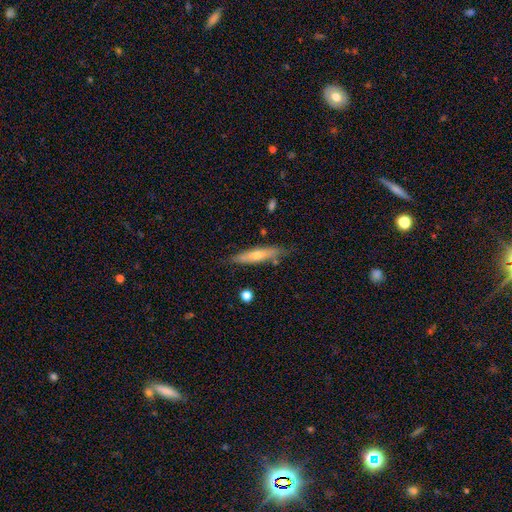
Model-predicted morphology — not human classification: Q: Smooth or featured?
A: featured or disk (47%); tied with: smooth (47%)
Q: Merging?
A: none (80%); runner-up: minor disturbance (15%)